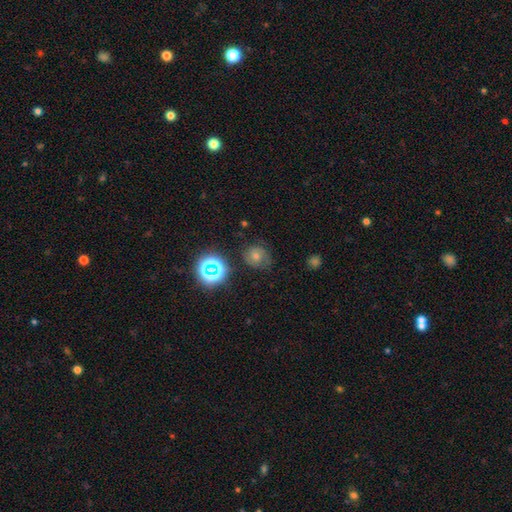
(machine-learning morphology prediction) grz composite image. It shows a smooth galaxy with no disk features (41%). Merging: none (75%).